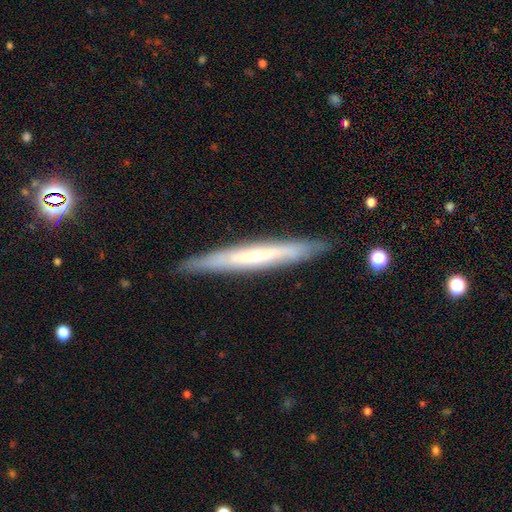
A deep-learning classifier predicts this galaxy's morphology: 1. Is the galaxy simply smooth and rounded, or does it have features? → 56% featured or disk, 38% smooth, 6% star or artifact.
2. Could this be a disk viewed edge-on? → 88% yes, 12% no.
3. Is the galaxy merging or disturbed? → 87% none, 10% minor disturbance, 2% major disturbance, 1% merger.